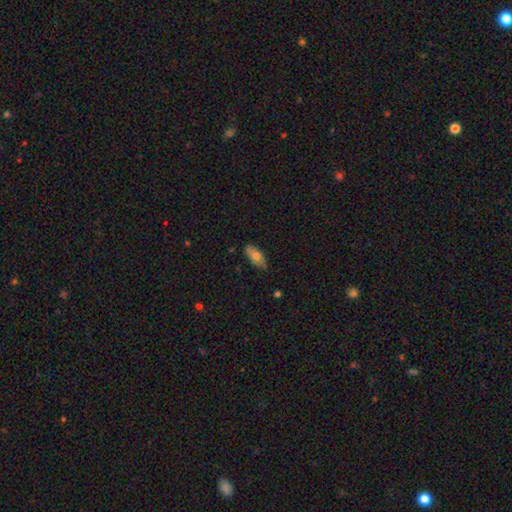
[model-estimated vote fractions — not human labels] This appears to be a smooth galaxy with no disk features (71%) that is in between round and cigar-shaped (84%). Merging: none (79%).